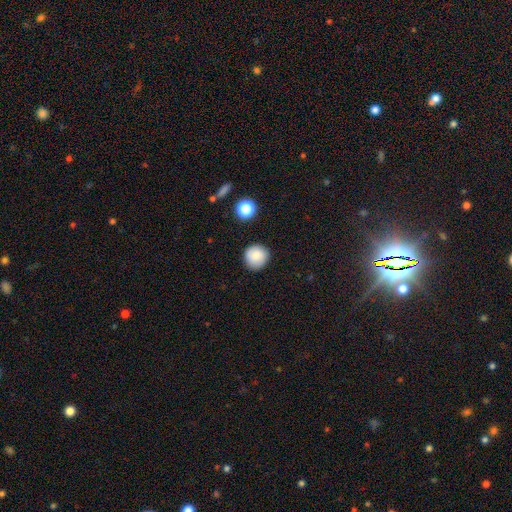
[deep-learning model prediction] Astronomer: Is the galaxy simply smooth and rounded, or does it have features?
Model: smooth — 84%.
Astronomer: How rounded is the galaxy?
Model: round — 93%.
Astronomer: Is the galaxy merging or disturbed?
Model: none — 88%.